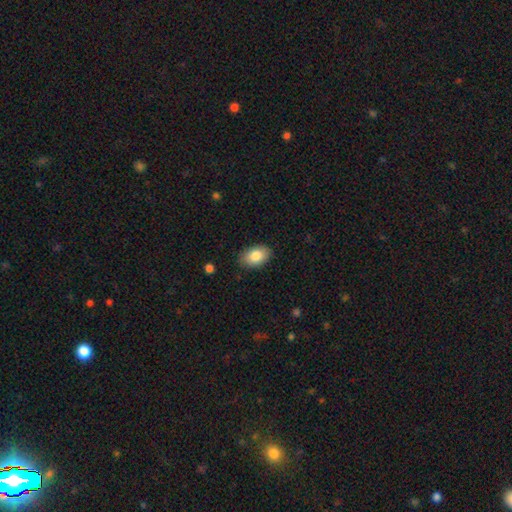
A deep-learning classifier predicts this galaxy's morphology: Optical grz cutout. It shows a smooth galaxy with no disk features (84%) that is in between round and cigar-shaped (90%). Merging: none (87%).